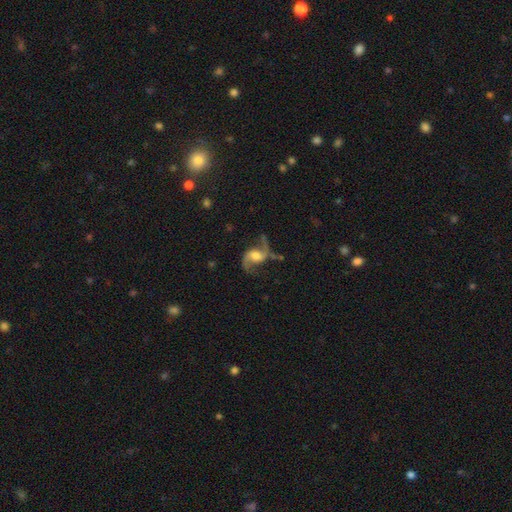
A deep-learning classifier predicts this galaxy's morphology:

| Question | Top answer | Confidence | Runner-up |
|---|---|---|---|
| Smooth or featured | featured or disk | 87% | smooth (7%) |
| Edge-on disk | no | 97% | yes (3%) |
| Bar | no | 49% | weak (40%) |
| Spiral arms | yes | 96% | no (4%) |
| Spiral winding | loose | 70% | medium (26%) |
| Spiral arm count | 2 | 93% | 1 (2%) |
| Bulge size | moderate | 54% | large (22%) |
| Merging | none | 67% | minor disturbance (17%) |